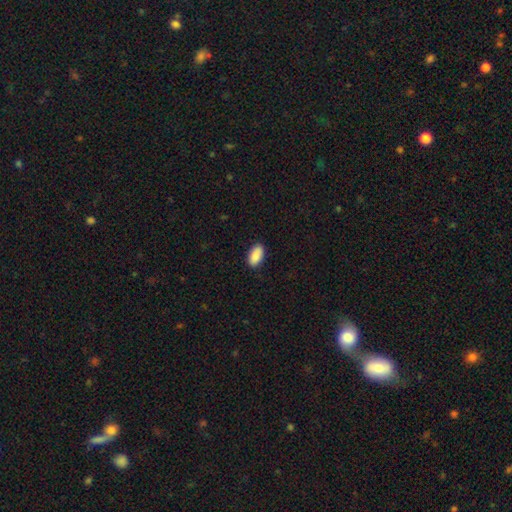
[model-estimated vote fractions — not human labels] A smooth galaxy with no disk features (88%) that is in between round and cigar-shaped (93%). Merging: none (87%).